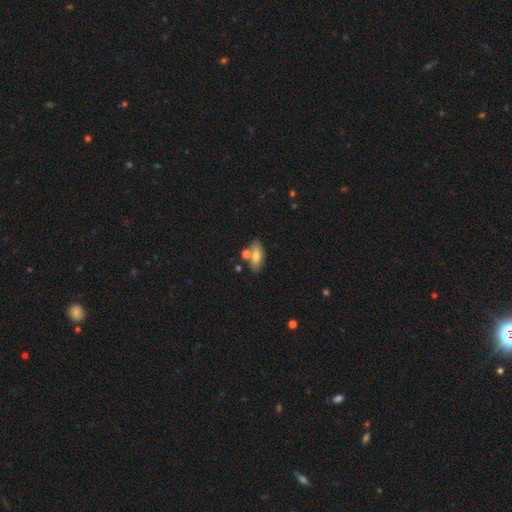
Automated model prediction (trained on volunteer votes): Q: Smooth or featured?
A: smooth (72%); runner-up: featured or disk (20%)
Q: How rounded?
A: in between (84%); runner-up: cigar-shaped (12%)
Q: Merging?
A: none (66%); runner-up: merger (18%)